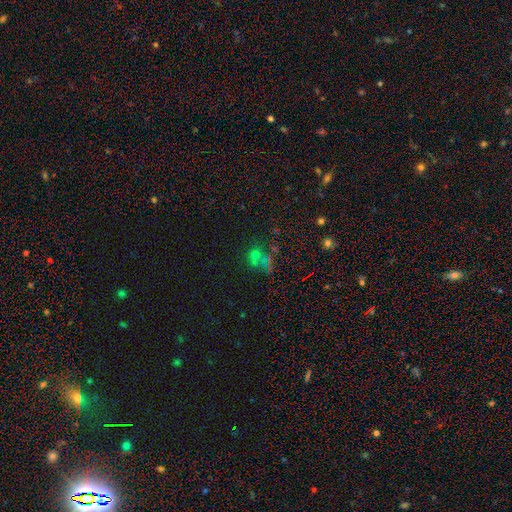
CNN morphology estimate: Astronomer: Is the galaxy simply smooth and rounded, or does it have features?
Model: smooth — 41% (runner-up: star or artifact, 37%).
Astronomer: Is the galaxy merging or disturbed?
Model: merger — 36% (runner-up: none, 34%).